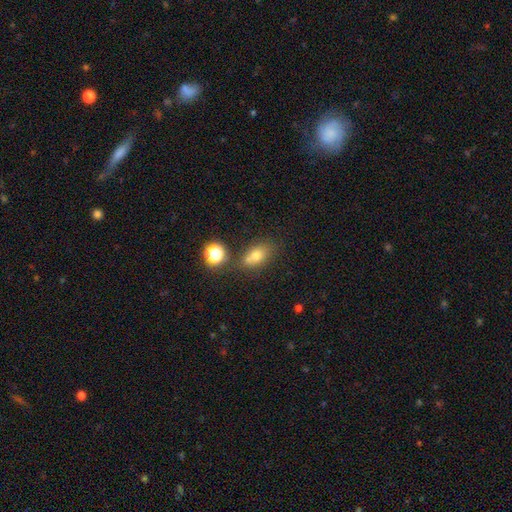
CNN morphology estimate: type=smooth (70%); roundness=in between (75%); merging=none (63%).